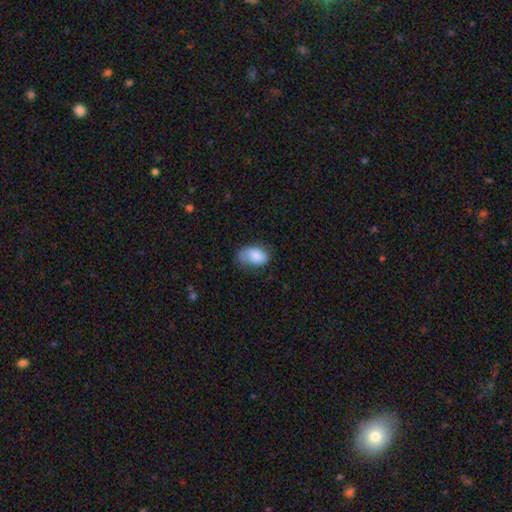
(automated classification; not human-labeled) A smooth galaxy with no disk features (84%) that is in between round and cigar-shaped (90%). Merging: none (49%).